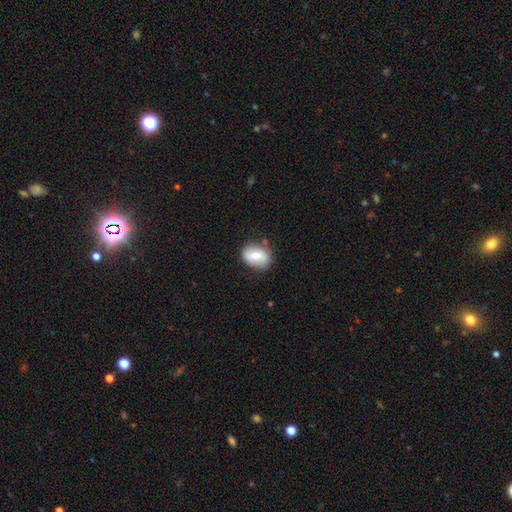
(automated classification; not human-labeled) Morphology: type=smooth (63%); roundness=in between (65%); merging=none (78%).